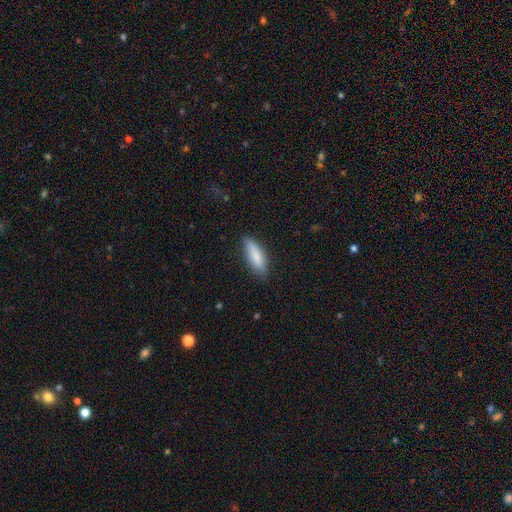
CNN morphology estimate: Overall: smooth (83%). How rounded: in between (50%; cigar-shaped 48%). Merging: none (80%).